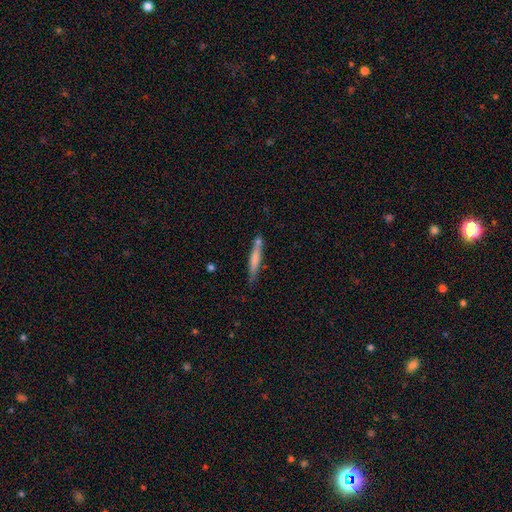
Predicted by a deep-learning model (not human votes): A smooth galaxy with no disk features (59%) that is cigar-shaped (94%). Merging: none (74%).